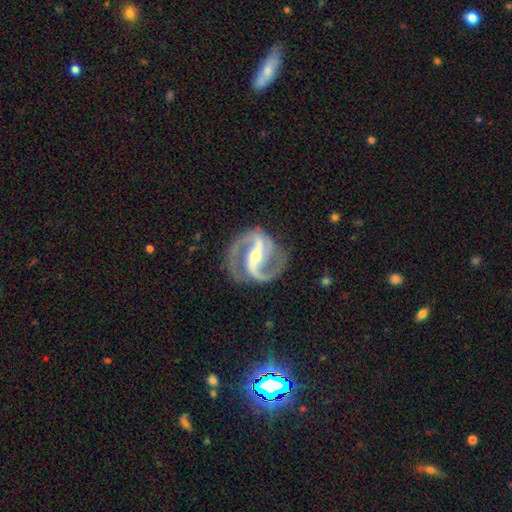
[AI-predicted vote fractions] Smooth or featured? featured or disk (93%)
Edge-on disk? no (98%)
Bar? strong (65%)
Spiral arms? yes (98%)
Spiral winding? medium (62%)
Spiral arm count? 2 (93%)
Bulge size? small (51%)
Merging? none (82%)